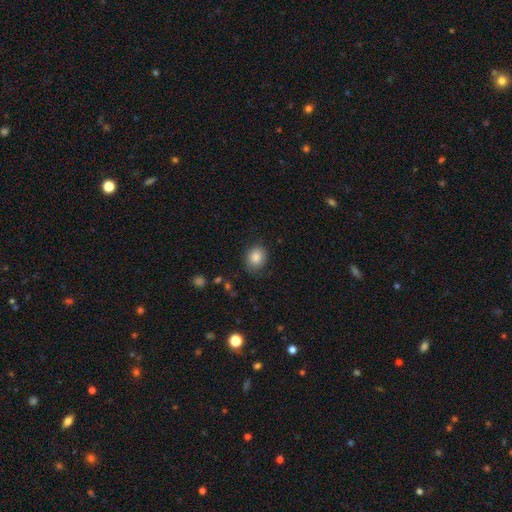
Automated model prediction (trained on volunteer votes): smooth 85%, star or artifact 9%, featured or disk 6%. Down the decision tree: how rounded — round (62%); merging — none (76%).